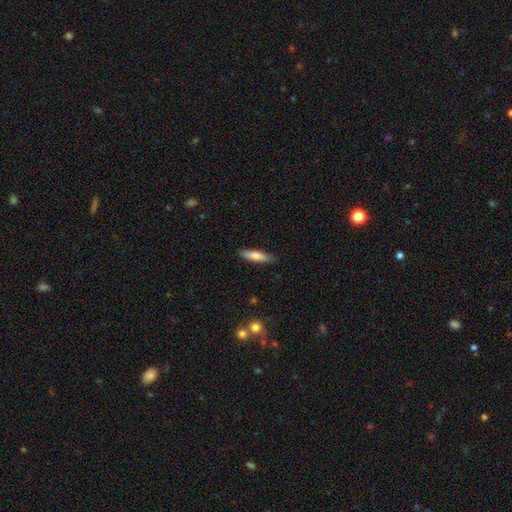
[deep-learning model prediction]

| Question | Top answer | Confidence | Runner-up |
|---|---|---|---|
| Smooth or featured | smooth | 75% | featured or disk (19%) |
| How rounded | cigar-shaped | 71% | in between (27%) |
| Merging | none | 86% | minor disturbance (11%) |